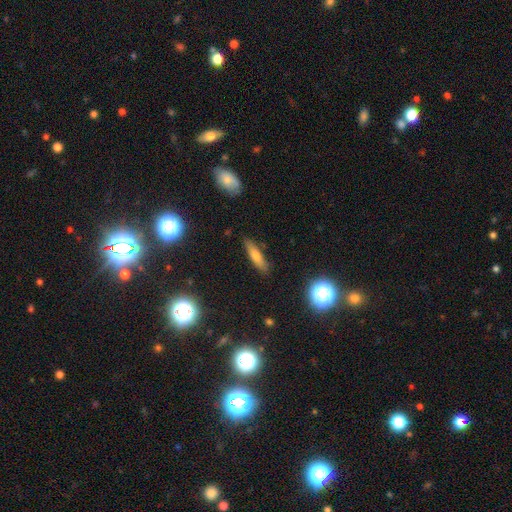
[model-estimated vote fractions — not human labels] A smooth galaxy with no disk features (58%) that is cigar-shaped (72%). Merging: none (86%).